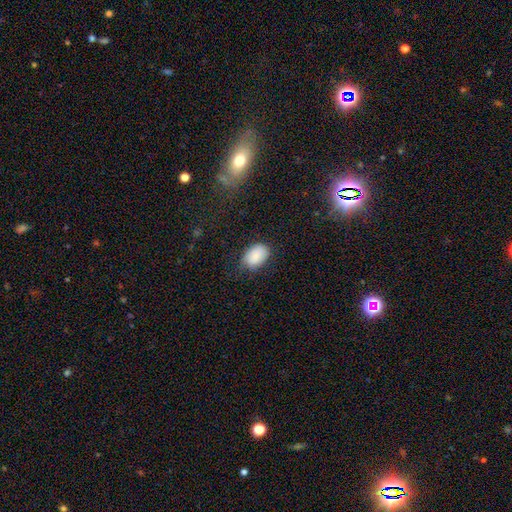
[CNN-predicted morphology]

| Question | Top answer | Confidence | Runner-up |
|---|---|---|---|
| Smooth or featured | smooth | 87% | star or artifact (7%) |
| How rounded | in between | 88% | round (11%) |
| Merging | none | 63% | minor disturbance (28%) |